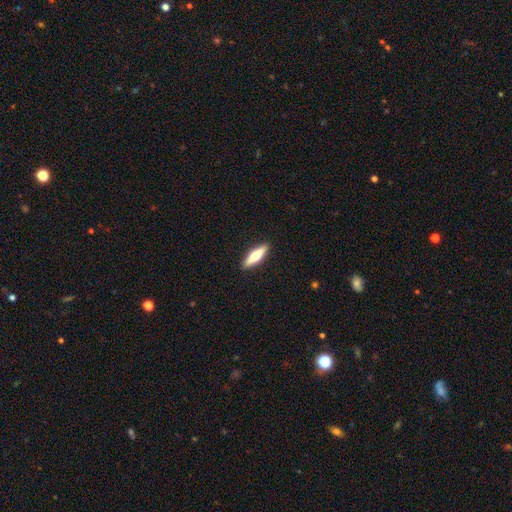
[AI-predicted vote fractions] Overall: smooth (50%; featured or disk 45%). Merging: none (91%).